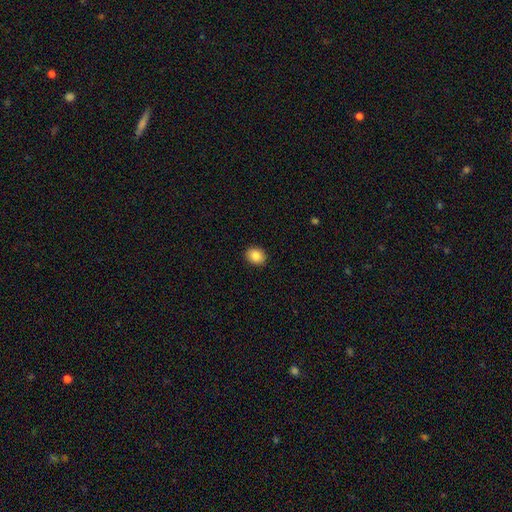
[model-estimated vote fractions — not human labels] Smooth or featured? smooth (86%)
How rounded? round (55%)
Merging? none (91%)